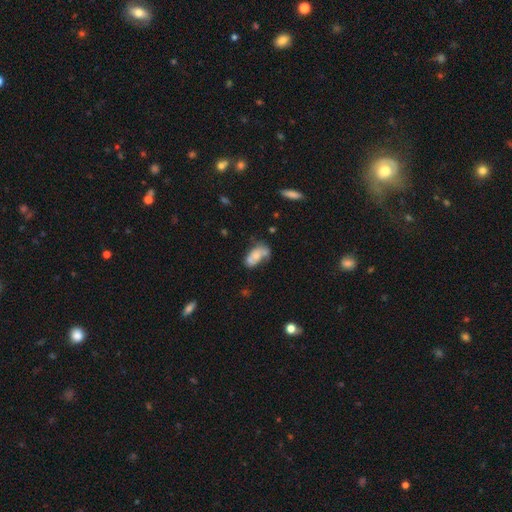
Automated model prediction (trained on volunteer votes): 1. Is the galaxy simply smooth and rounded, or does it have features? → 57% smooth, 34% featured or disk, 9% star or artifact.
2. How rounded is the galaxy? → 90% in between, 6% round, 4% cigar-shaped.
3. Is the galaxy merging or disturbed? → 30% merger (tied), 30% none (tied), 23% minor disturbance, 17% major disturbance.